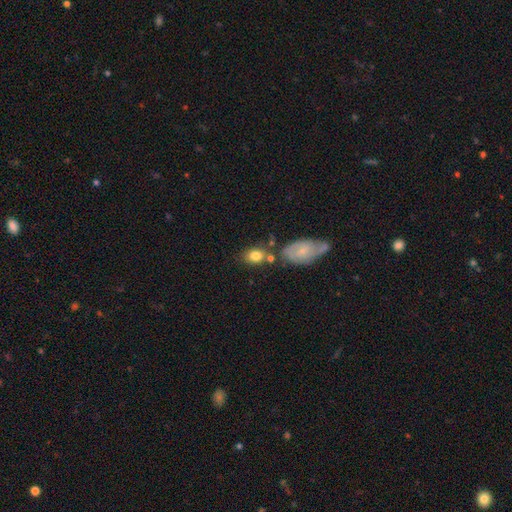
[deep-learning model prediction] A smooth galaxy with no disk features (76%) that is in between round and cigar-shaped (69%).

Vote fractions:
- Smooth or featured? smooth: 76% / featured or disk: 16% / star or artifact: 8%
- How rounded? in between: 69% / round: 29% / cigar-shaped: 2%
- Merging? none: 59% / merger: 20% / minor disturbance: 17% / major disturbance: 5%